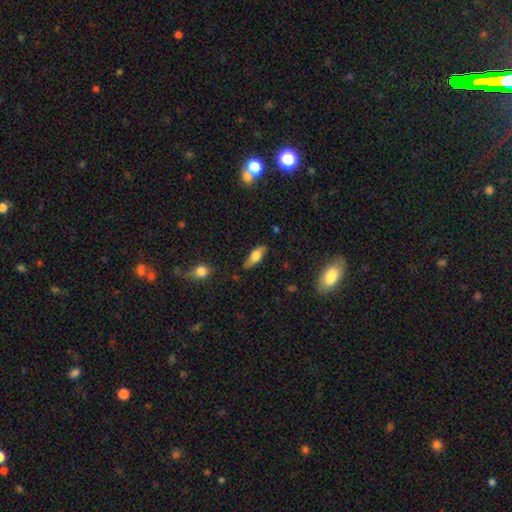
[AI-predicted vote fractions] This appears to be a smooth galaxy with no disk features (64%) that is in between round and cigar-shaped (70%). Merging: none (80%).